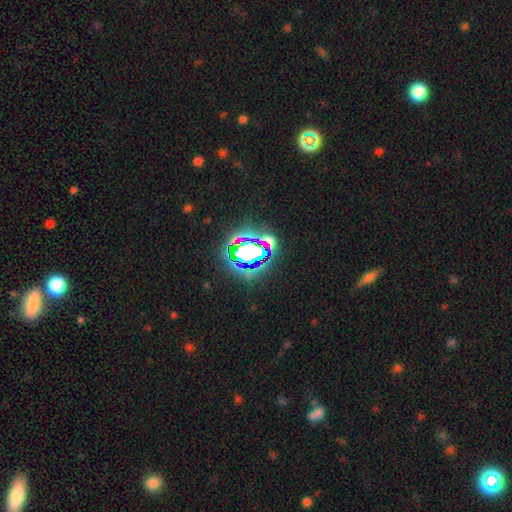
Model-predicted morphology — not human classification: Smooth or featured? star or artifact (68%)